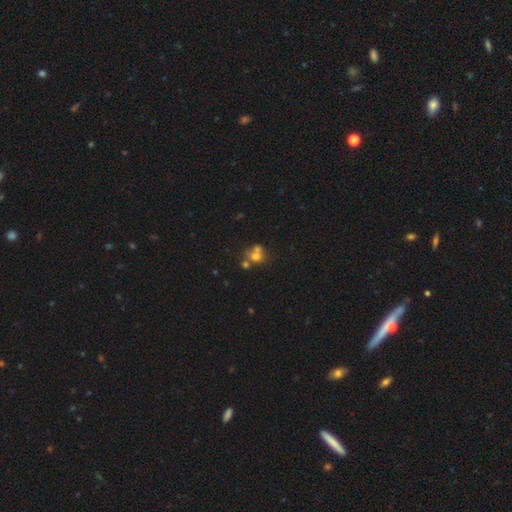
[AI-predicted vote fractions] smooth-or-featured: smooth: 61% | featured or disk: 22% | star or artifact: 17%
  how-rounded: round: 72% | in between: 27% | cigar-shaped: 1%
  merging: merger: 51% | none: 35% | minor disturbance: 9% | major disturbance: 6%